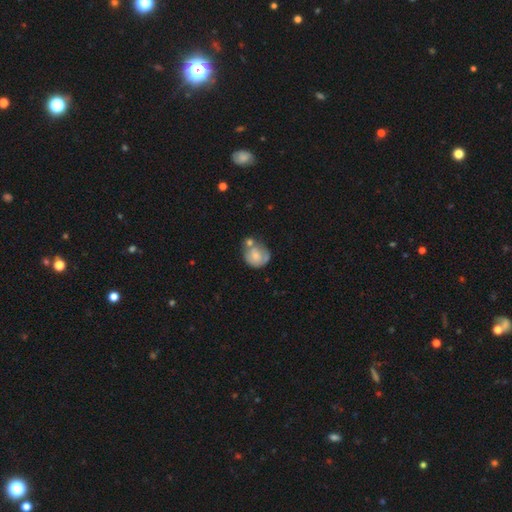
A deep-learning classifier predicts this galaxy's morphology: A smooth galaxy with no disk features (58%) that is round (71%).

Vote fractions:
- Smooth or featured? smooth: 58% / featured or disk: 35% / star or artifact: 7%
- How rounded? round: 71% / in between: 28% / cigar-shaped: 1%
- Merging? none: 36% / merger: 34% / minor disturbance: 21% / major disturbance: 9%